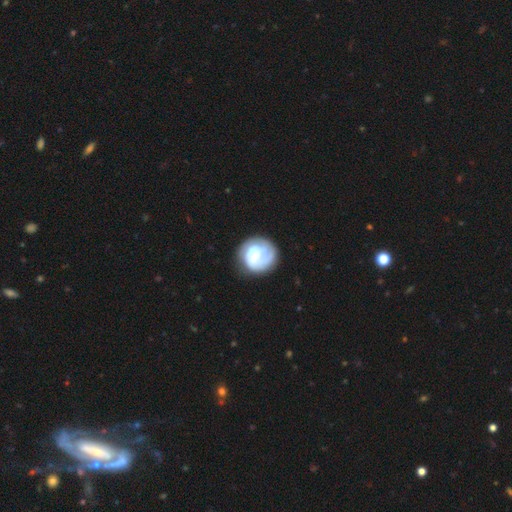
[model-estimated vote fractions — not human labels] Overall: featured or disk (64%; smooth 30%). Edge-on disk: no (98%). Bar: weak (46%; no 41%). Spiral arms: yes (84%). Spiral arm count: 2 (40%; can't tell 31%). Spiral winding: tight (58%; medium 30%). Bulge size: small (59%; moderate 27%). Merging: none (72%).